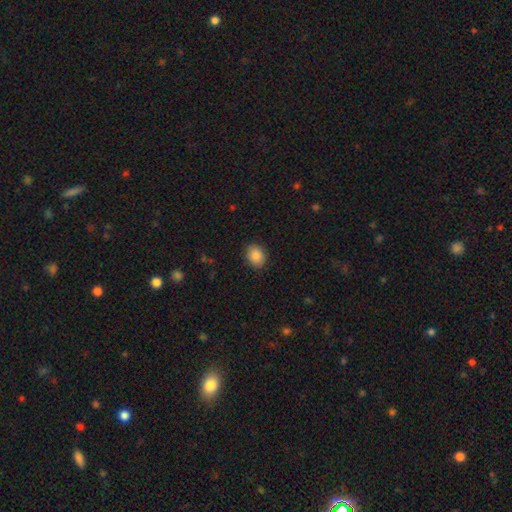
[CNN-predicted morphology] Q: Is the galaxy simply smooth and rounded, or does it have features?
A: smooth — 87%.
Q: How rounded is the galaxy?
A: in between — 53%.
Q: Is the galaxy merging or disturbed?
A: none — 88%.